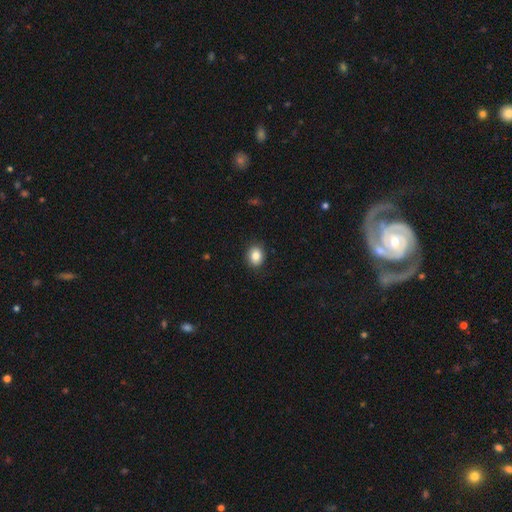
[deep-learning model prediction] Morphology: type=smooth (85%); roundness=round (53%); merging=none (89%).